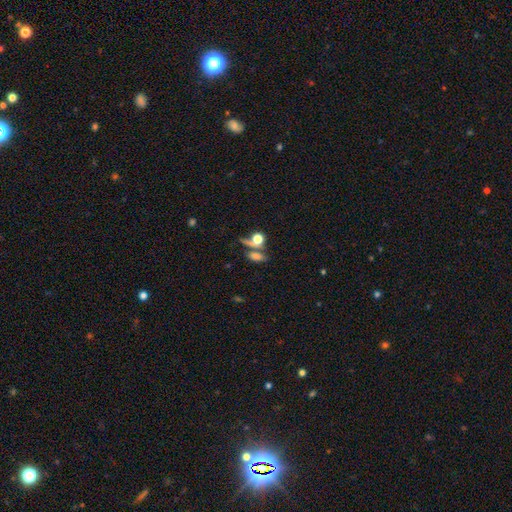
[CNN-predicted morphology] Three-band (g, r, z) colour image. It shows a smooth galaxy with no disk features (66%) that is in between round and cigar-shaped (57%). Merging: none (48%).